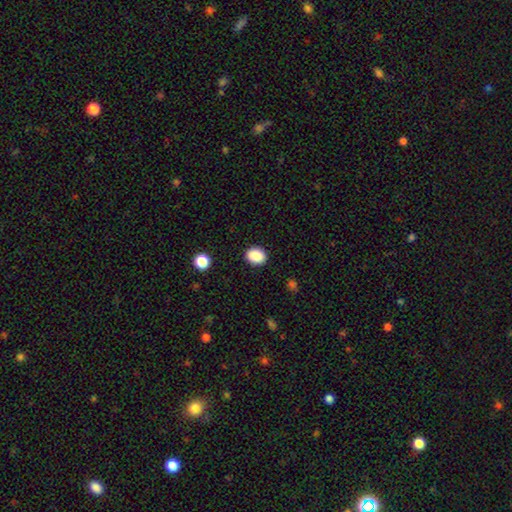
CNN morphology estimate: A smooth galaxy with no disk features (88%) that is in between round and cigar-shaped (51%).

Vote fractions:
- Smooth or featured? smooth: 88% / star or artifact: 9% / featured or disk: 3%
- How rounded? in between: 51% / round: 48% / cigar-shaped: 1%
- Merging? none: 89% / minor disturbance: 8% / major disturbance: 2% / merger: 1%